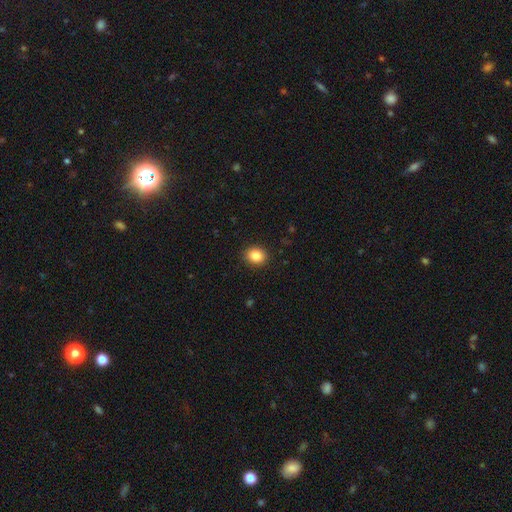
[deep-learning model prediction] This is clearly a smooth galaxy (87%). How rounded: likely round (63%). Merging: clearly none (90%).